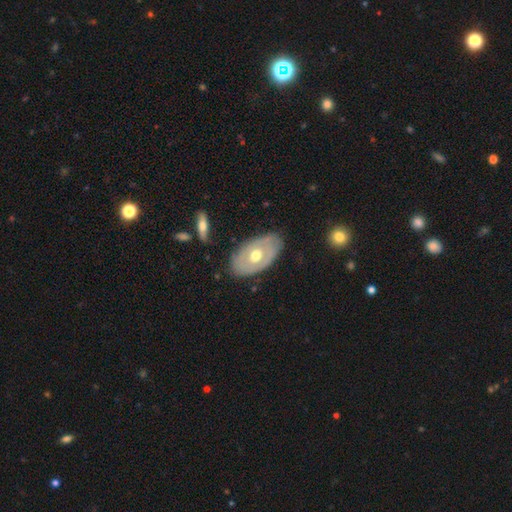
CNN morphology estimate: type=featured or disk (62%); edge-on=no (88%); bar=no (85%); spiral arms=no (71%); bulge=moderate (78%); merging=none (75%).